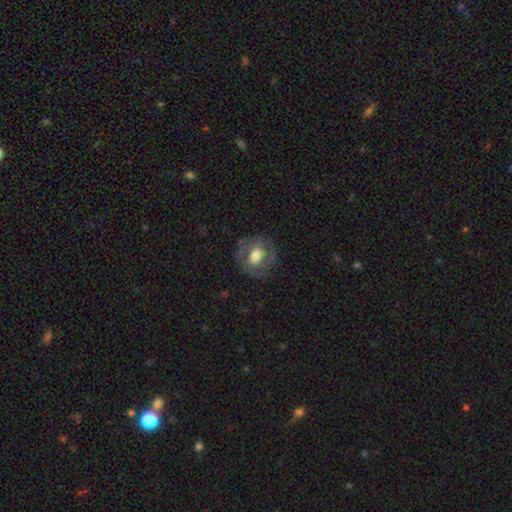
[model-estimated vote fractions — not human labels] Smooth or featured? featured or disk (55%)
Edge-on disk? no (95%)
Bar? no (47%)
Spiral arms? yes (55%)
Bulge size? moderate (61%)
Merging? none (72%)